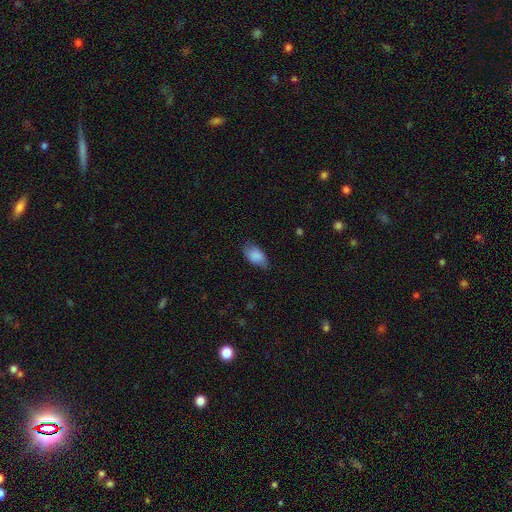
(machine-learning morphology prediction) Q: Smooth or featured?
A: smooth (84%); runner-up: featured or disk (9%)
Q: How rounded?
A: in between (92%); runner-up: round (5%)
Q: Merging?
A: none (68%); runner-up: minor disturbance (25%)